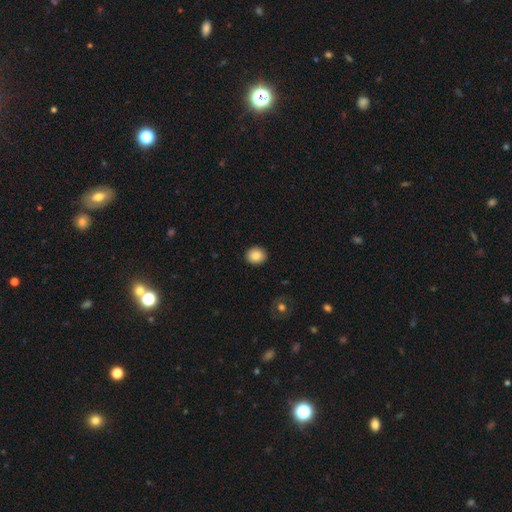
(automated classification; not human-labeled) Morphology: type=smooth (86%); roundness=round (73%); merging=none (92%).